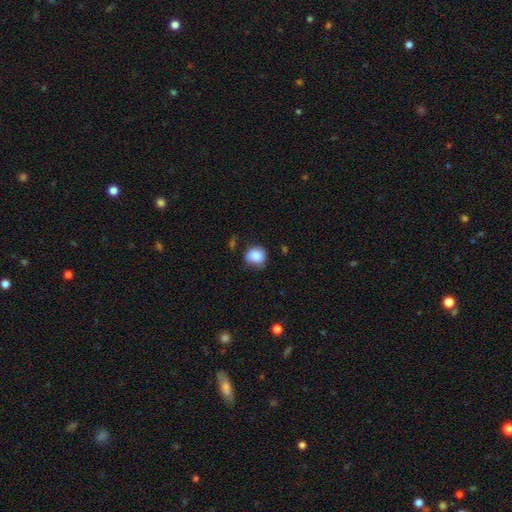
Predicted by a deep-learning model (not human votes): Smooth or featured? smooth (82%)
How rounded? round (73%)
Merging? none (57%)